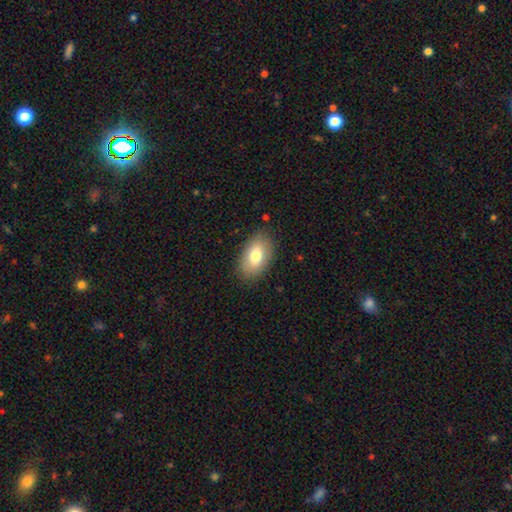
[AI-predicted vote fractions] This appears to be a smooth galaxy with no disk features (76%) that is in between round and cigar-shaped (92%). Merging: none (85%).